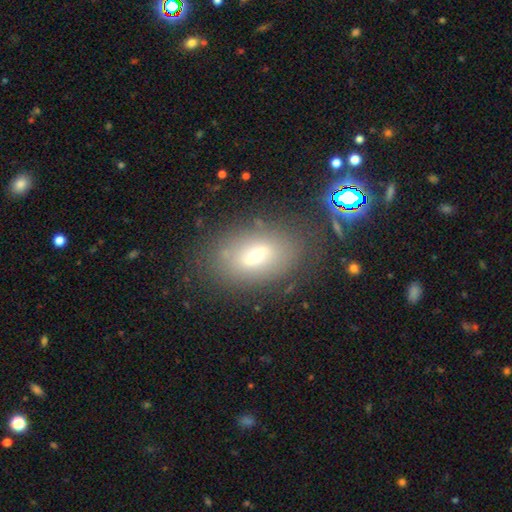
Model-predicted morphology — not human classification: smooth 49%, featured or disk 35%, star or artifact 15%. Down the decision tree: merging — none (73%).